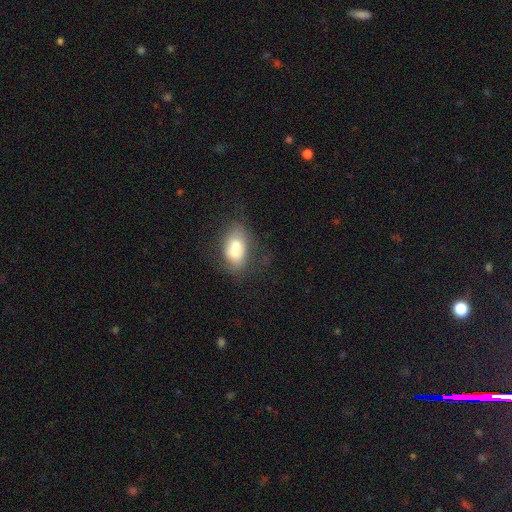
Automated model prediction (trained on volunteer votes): Smooth or featured: smooth — 70% (star or artifact — 16%)
How rounded: in between — 87% (round — 9%)
Merging: none — 74% (minor disturbance — 18%)